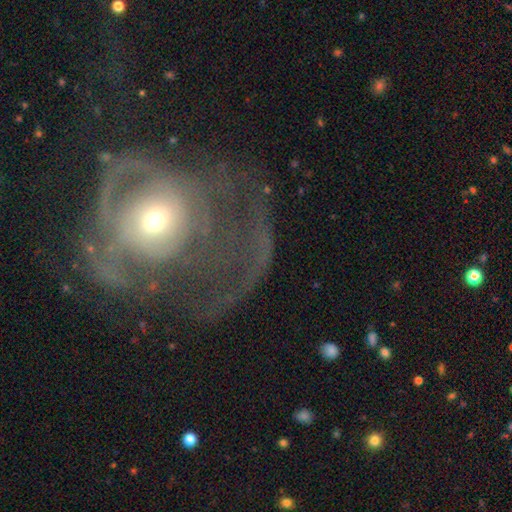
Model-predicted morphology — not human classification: Smooth or featured?
  - featured or disk: 66% *
  - smooth: 22%
  - star or artifact: 12%
Edge-on disk?
  - no: 96% *
  - yes: 4%
Bar?
  - no: 76% *
  - weak: 17%
  - strong: 7%
Spiral arms?
  - yes: 56% *
  - no: 44%
Bulge size?
  - small: 49% *
  - moderate: 43%
  - large: 5%
  - dominant: 2%
  - none: 1%
Merging?
  - major disturbance: 52% *
  - none: 28%
  - minor disturbance: 13%
  - merger: 7%